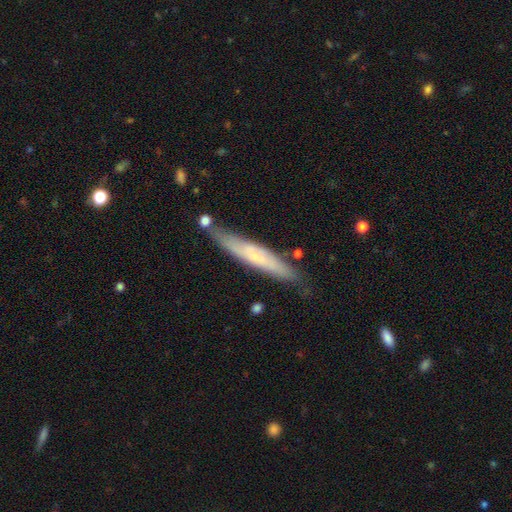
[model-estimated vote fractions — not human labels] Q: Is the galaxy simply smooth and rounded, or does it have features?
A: smooth — 54%.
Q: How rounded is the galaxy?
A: cigar-shaped — 92%.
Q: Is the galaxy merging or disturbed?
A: none — 78%.